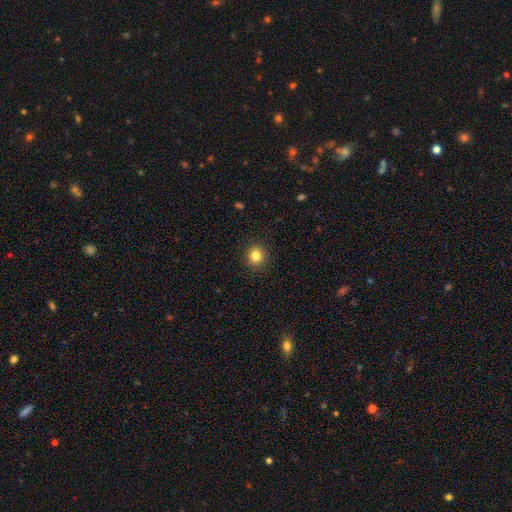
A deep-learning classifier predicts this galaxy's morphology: A smooth galaxy with no disk features (83%) that is round (89%).

Vote fractions:
- Smooth or featured? smooth: 83% / star or artifact: 12% / featured or disk: 5%
- How rounded? round: 89% / in between: 10% / cigar-shaped: 1%
- Merging? none: 91% / minor disturbance: 6% / major disturbance: 2% / merger: 1%